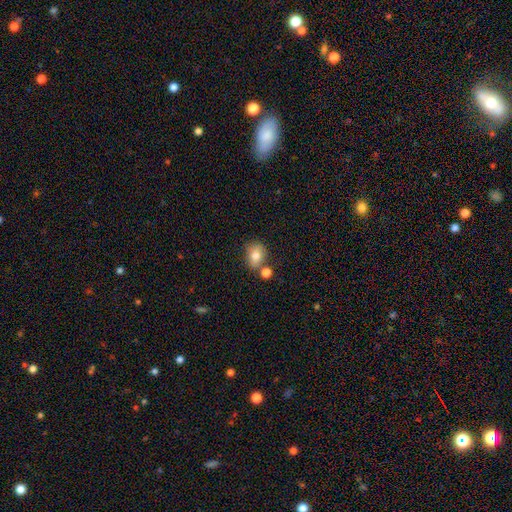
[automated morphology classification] smooth 77%, featured or disk 13%, star or artifact 10%. Down the decision tree: how rounded — round (50%); merging — none (60%).